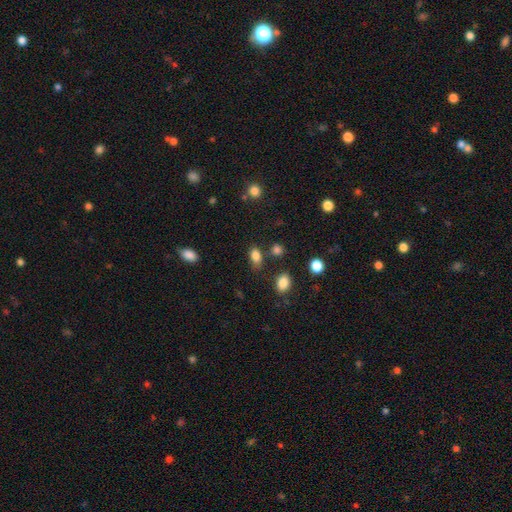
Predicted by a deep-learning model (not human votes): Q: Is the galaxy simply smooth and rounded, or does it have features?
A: smooth — 84%.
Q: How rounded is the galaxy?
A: in between — 82%.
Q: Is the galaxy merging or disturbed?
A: none — 70%.